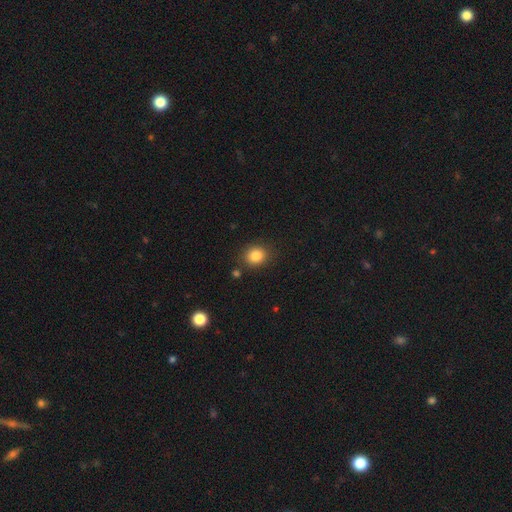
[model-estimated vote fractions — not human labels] Overall: smooth (84%). How rounded: round (71%). Merging: none (84%).